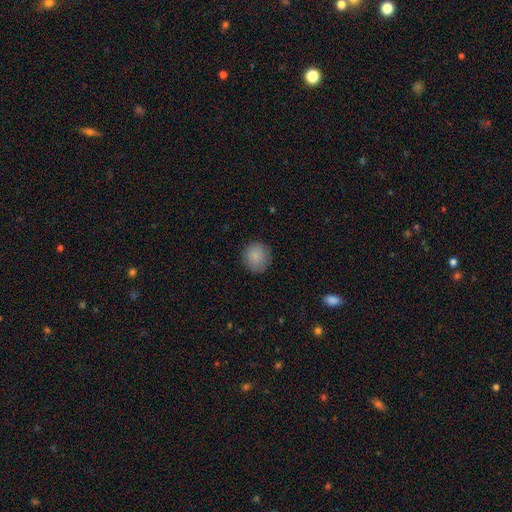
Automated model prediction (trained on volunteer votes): Q: Smooth or featured?
A: smooth (87%); runner-up: star or artifact (8%)
Q: How rounded?
A: round (90%); runner-up: in between (9%)
Q: Merging?
A: none (86%); runner-up: minor disturbance (11%)